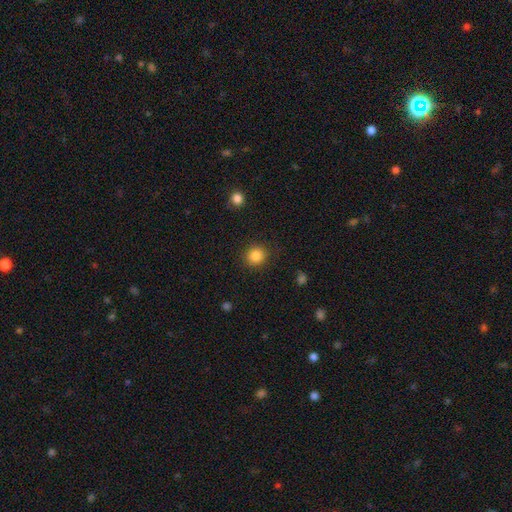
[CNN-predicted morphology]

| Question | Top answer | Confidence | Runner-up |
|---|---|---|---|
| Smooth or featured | smooth | 86% | star or artifact (10%) |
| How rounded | round | 87% | in between (12%) |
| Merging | none | 89% | minor disturbance (7%) |